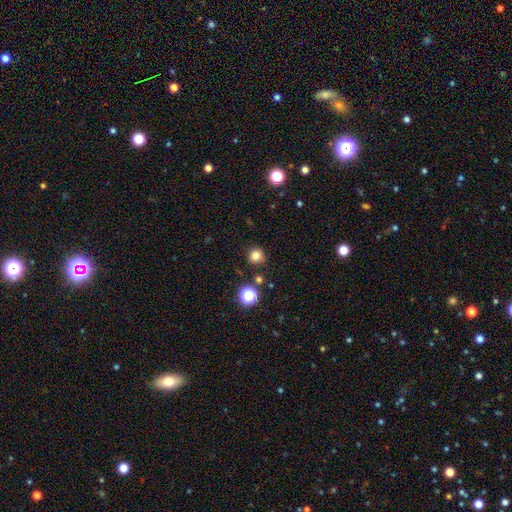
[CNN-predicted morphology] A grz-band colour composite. It shows a smooth galaxy with no disk features (80%) that is round (93%). Merging: none (88%).